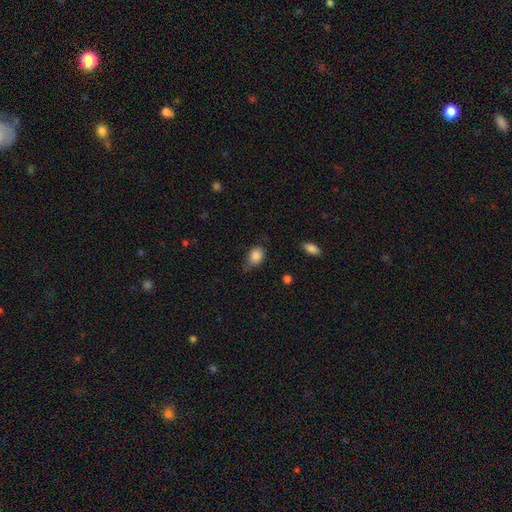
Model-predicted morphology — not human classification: smooth-or-featured: smooth: 86% | star or artifact: 8% | featured or disk: 6%
  how-rounded: in between: 68% | round: 30% | cigar-shaped: 2%
  merging: none: 52% | minor disturbance: 37% | major disturbance: 9% | merger: 2%